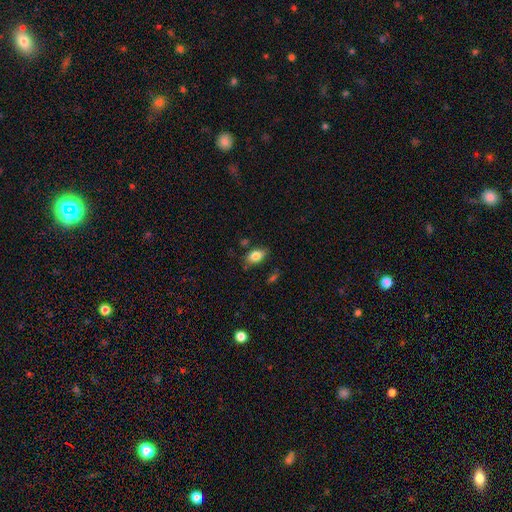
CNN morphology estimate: smooth-or-featured: smooth: 83% | featured or disk: 9% | star or artifact: 8%
  how-rounded: in between: 89% | round: 9% | cigar-shaped: 2%
  merging: none: 79% | minor disturbance: 15% | major disturbance: 3% | merger: 3%